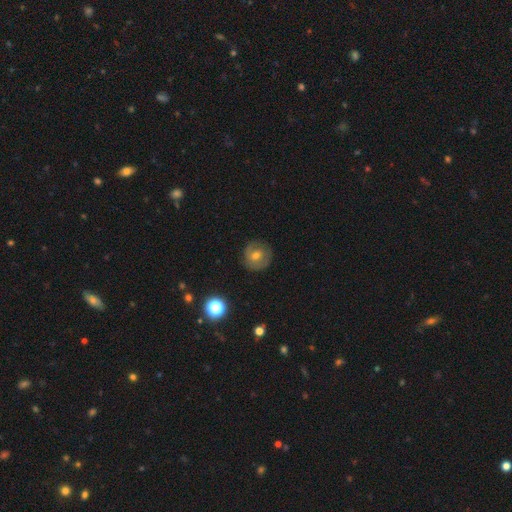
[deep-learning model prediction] smooth_or_featured: smooth (p=0.49) [alt: featured or disk p=0.40]
merging: none (p=0.81) [alt: minor disturbance p=0.13]